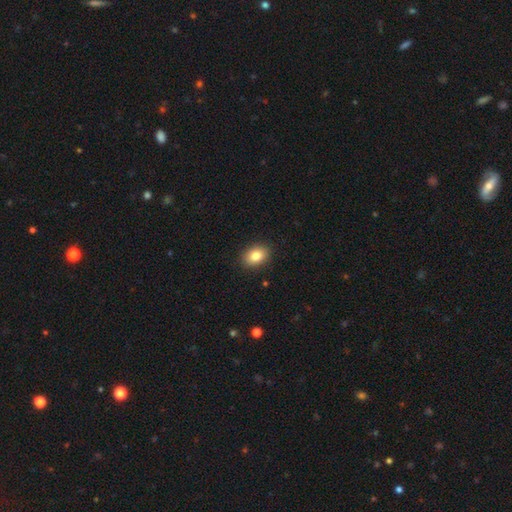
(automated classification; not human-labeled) Smooth or featured? smooth (83%)
How rounded? in between (76%)
Merging? none (89%)